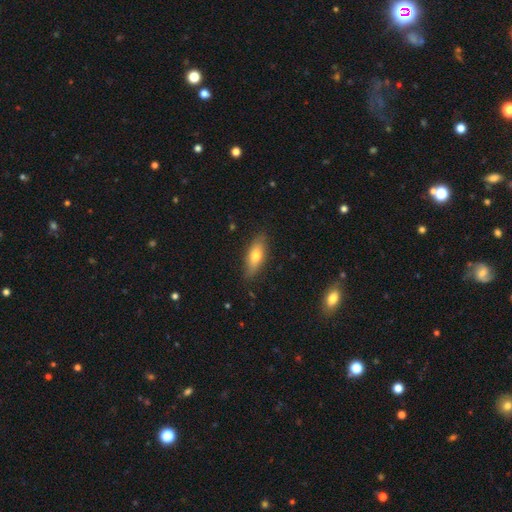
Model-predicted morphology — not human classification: Smooth or featured: smooth — 69% (featured or disk — 24%)
How rounded: in between — 70% (cigar-shaped — 27%)
Merging: none — 83% (minor disturbance — 13%)